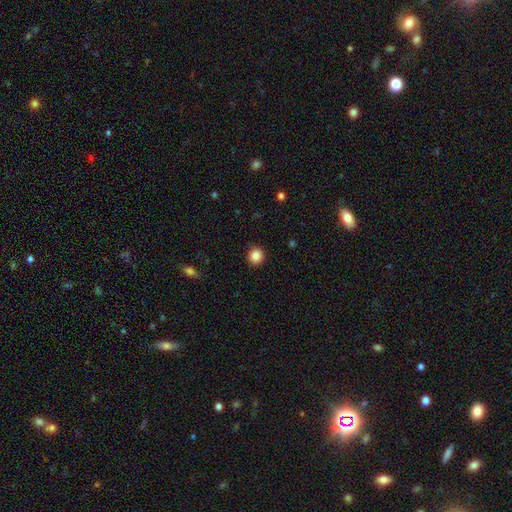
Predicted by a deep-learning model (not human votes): Overall: smooth (86%). How rounded: round (91%). Merging: none (91%).